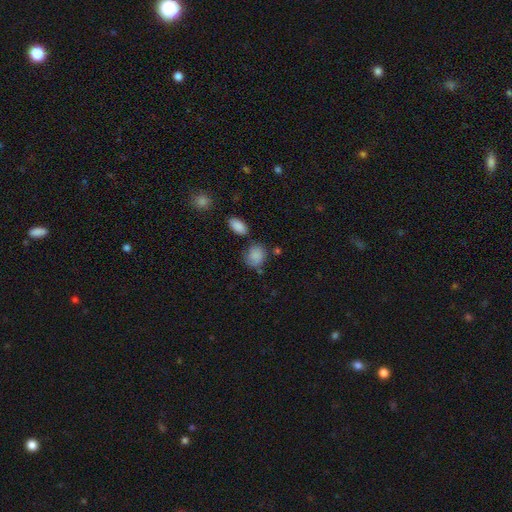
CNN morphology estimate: Q: Smooth or featured?
A: smooth (84%); runner-up: star or artifact (9%)
Q: How rounded?
A: round (53%); runner-up: in between (46%)
Q: Merging?
A: none (56%); runner-up: minor disturbance (24%)